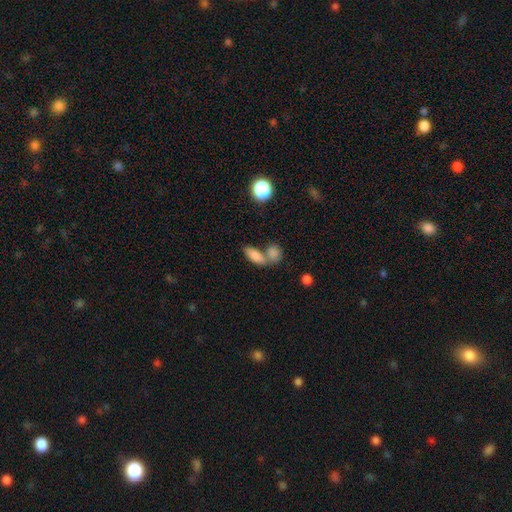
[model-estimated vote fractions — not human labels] Smooth or featured? Predicted: smooth (p=0.82). How rounded? Predicted: in between (p=0.81). Merging? Predicted: merger (p=0.51).